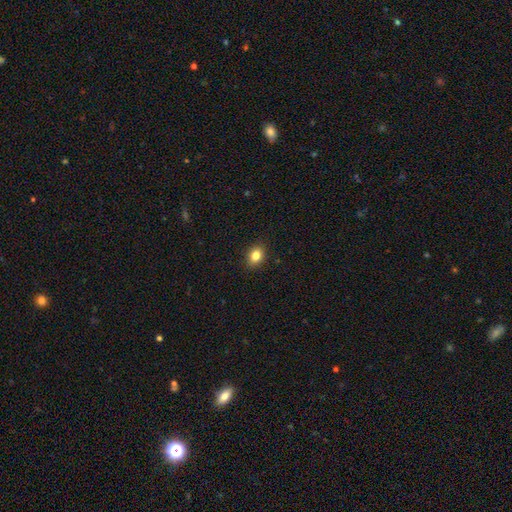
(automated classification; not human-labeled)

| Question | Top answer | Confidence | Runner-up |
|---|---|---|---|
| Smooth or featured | smooth | 83% | star or artifact (11%) |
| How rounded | in between | 56% | round (43%) |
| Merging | none | 90% | minor disturbance (7%) |